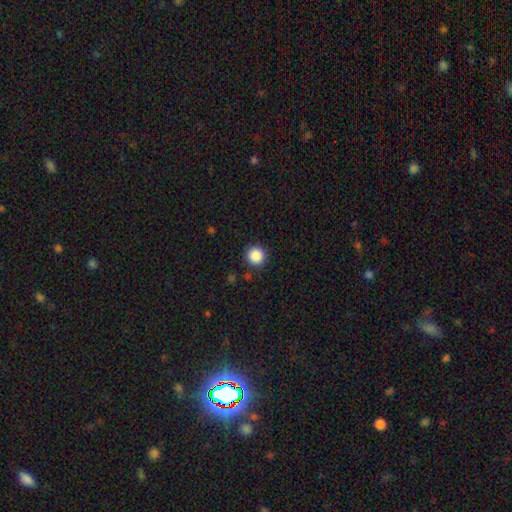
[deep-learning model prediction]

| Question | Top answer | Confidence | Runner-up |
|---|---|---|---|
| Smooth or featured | smooth | 87% | star or artifact (10%) |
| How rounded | round | 95% | in between (4%) |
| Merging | none | 89% | minor disturbance (7%) |